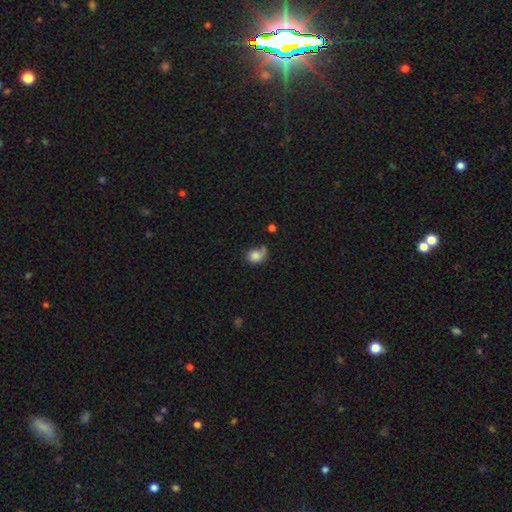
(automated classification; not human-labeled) smooth 80%, featured or disk 10%, star or artifact 9%. Down the decision tree: how rounded — round (56%); merging — none (43%).